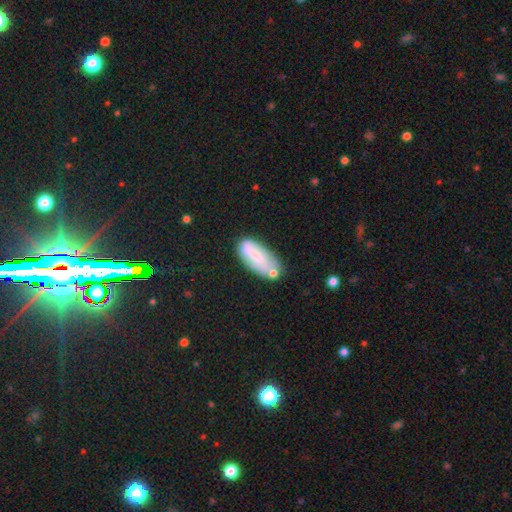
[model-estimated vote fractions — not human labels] Morphology: type=smooth (62%); roundness=in between (83%); merging=none (51%).